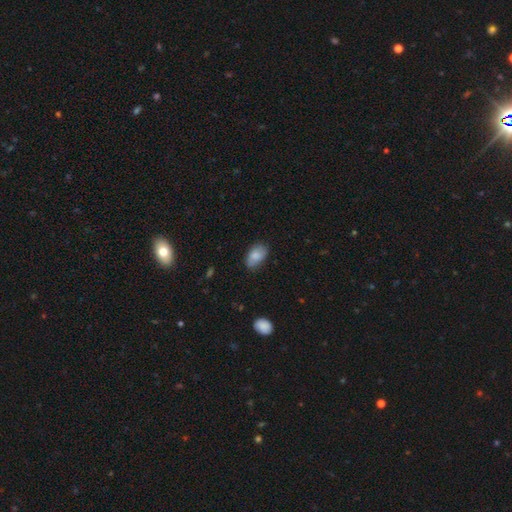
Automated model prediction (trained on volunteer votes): Smooth or featured?
  - smooth: 82% *
  - featured or disk: 11%
  - star or artifact: 7%
How rounded?
  - in between: 92% *
  - round: 6%
  - cigar-shaped: 2%
Merging?
  - none: 74% *
  - minor disturbance: 21%
  - major disturbance: 4%
  - merger: 1%